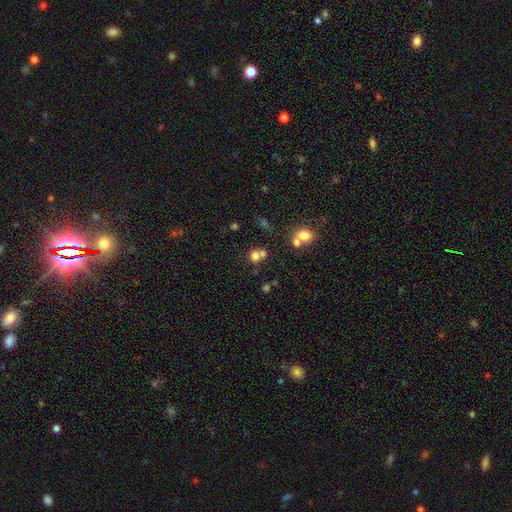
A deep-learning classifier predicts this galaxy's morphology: Smooth or featured: smooth — 71% (star or artifact — 17%)
How rounded: round — 81% (in between — 18%)
Merging: none — 45% (merger — 42%)